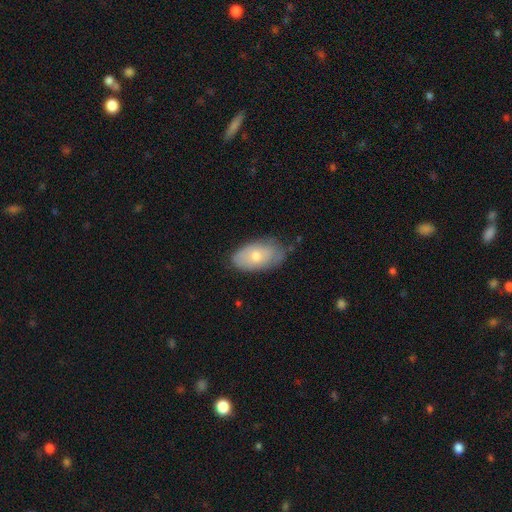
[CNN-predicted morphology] Smooth or featured? Predicted: smooth (p=0.69). How rounded? Predicted: in between (p=0.94). Merging? Predicted: none (p=0.66).